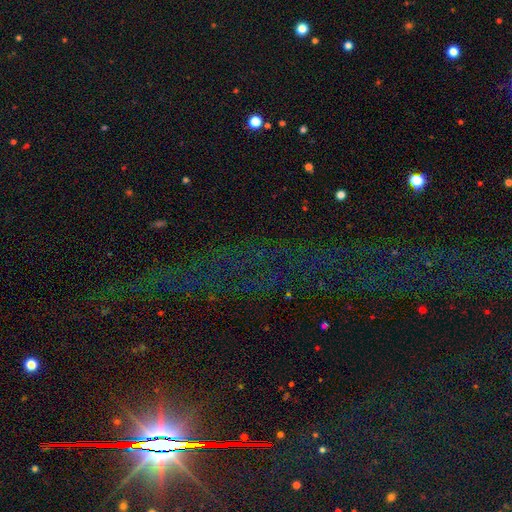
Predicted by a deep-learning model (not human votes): A star or artifact, not a galaxy (79%).